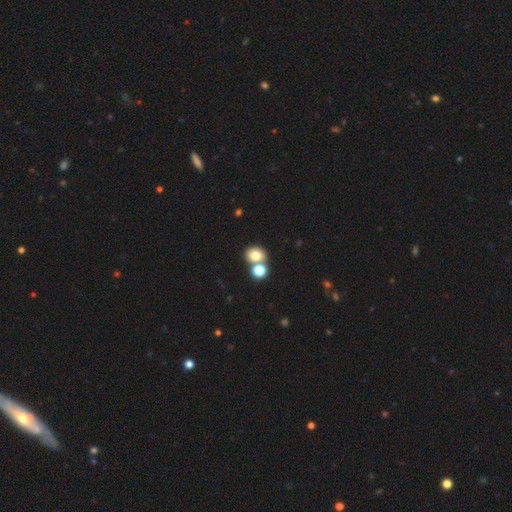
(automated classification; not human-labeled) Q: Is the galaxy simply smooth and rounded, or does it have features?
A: smooth — 77%.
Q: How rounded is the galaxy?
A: round — 58%.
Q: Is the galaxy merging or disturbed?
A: none — 50%.